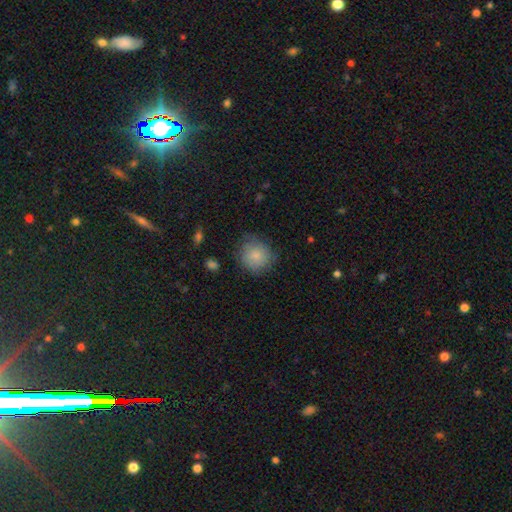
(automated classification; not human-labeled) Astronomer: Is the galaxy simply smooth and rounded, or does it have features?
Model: smooth — 83%.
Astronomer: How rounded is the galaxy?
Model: round — 88%.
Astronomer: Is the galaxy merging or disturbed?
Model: none — 73%.